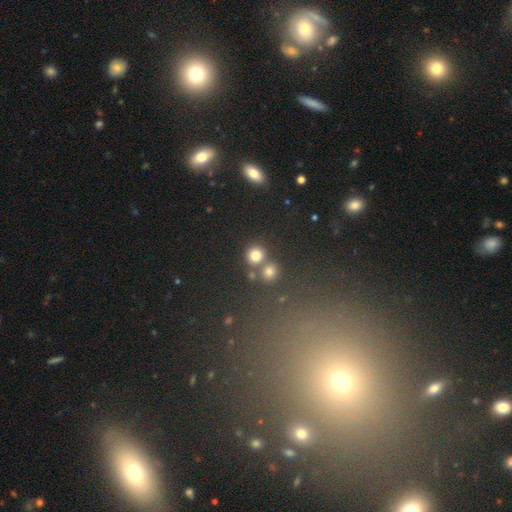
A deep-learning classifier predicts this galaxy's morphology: type=smooth (78%); roundness=round (90%); merging=none (66%).